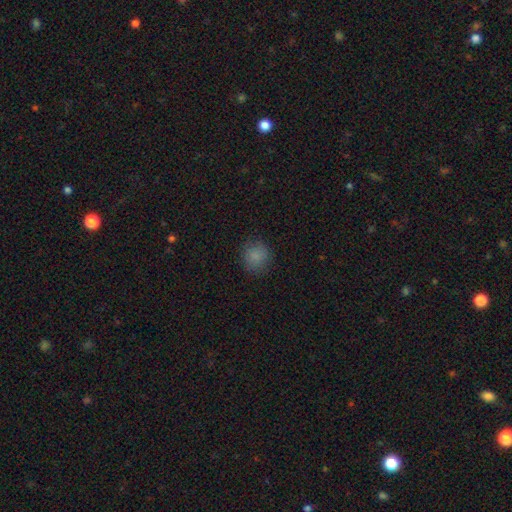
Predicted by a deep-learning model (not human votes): smooth-or-featured: smooth: 85% | star or artifact: 11% | featured or disk: 4%
  how-rounded: round: 87% | in between: 12% | cigar-shaped: 1%
  merging: none: 84% | minor disturbance: 11% | major disturbance: 3% | merger: 1%